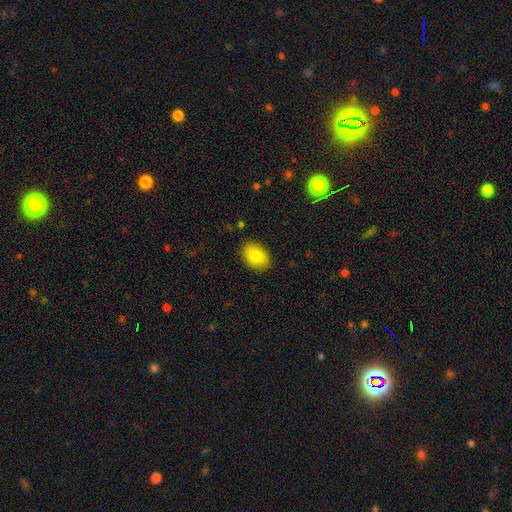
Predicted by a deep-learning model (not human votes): A smooth galaxy with no disk features (85%) that is in between round and cigar-shaped (83%). Merging: none (87%).